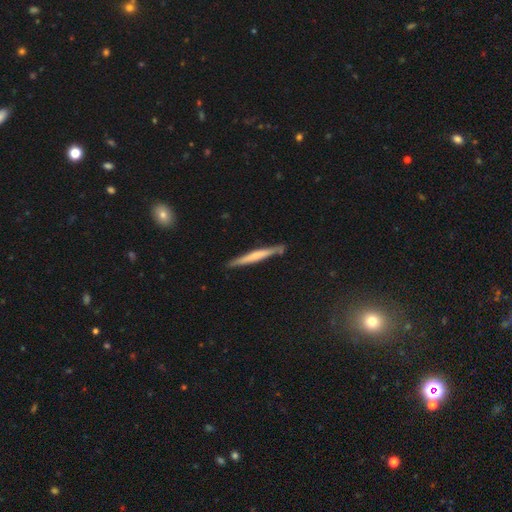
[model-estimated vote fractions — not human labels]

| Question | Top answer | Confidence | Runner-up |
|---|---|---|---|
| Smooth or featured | featured or disk | 51% | smooth (43%) |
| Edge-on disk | yes | 96% | no (4%) |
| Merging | none | 86% | minor disturbance (10%) |